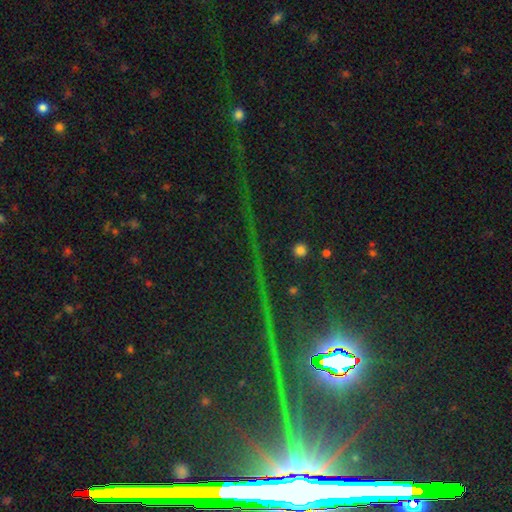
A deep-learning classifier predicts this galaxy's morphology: This is clearly a star or artifact rather than a galaxy (84%).